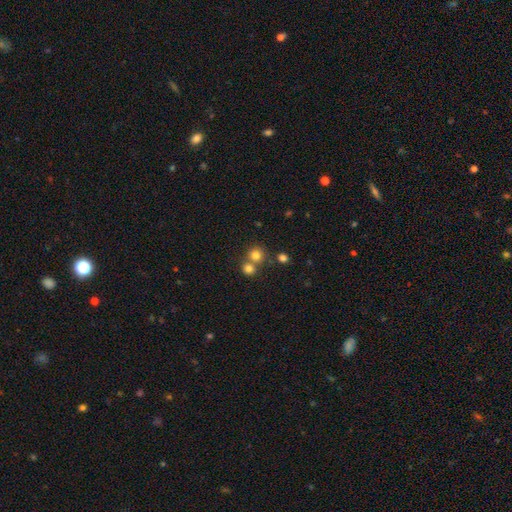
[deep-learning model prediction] This appears to be a smooth galaxy with no disk features (78%) that is round (89%). Merging: none (54%).